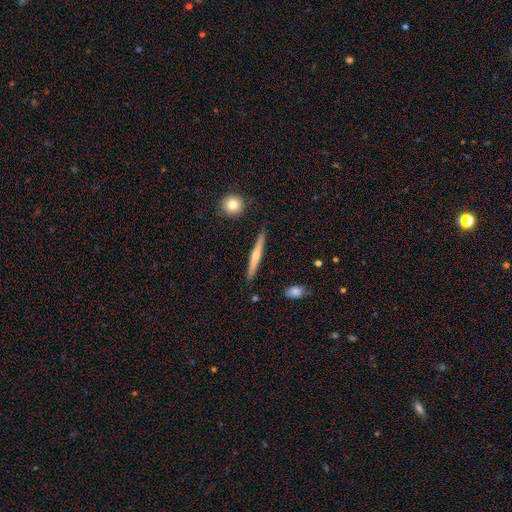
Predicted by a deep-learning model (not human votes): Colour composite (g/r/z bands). It shows a featured or disk galaxy (53%) viewed edge-on (97%) with a rounded central bulge (70%). Merging: none (90%).